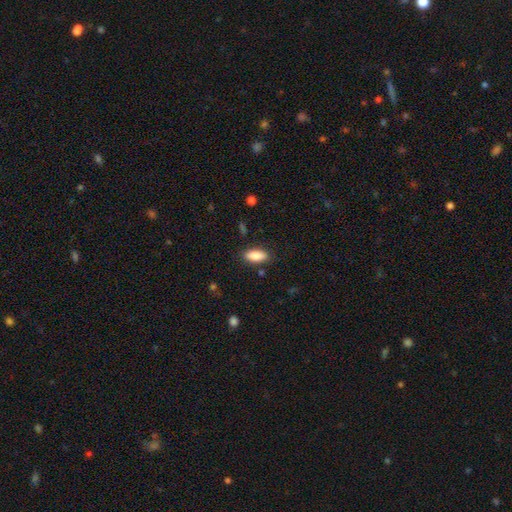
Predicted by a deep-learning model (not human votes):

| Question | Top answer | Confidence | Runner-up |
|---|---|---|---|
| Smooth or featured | smooth | 86% | star or artifact (7%) |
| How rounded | in between | 84% | cigar-shaped (14%) |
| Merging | none | 85% | minor disturbance (10%) |